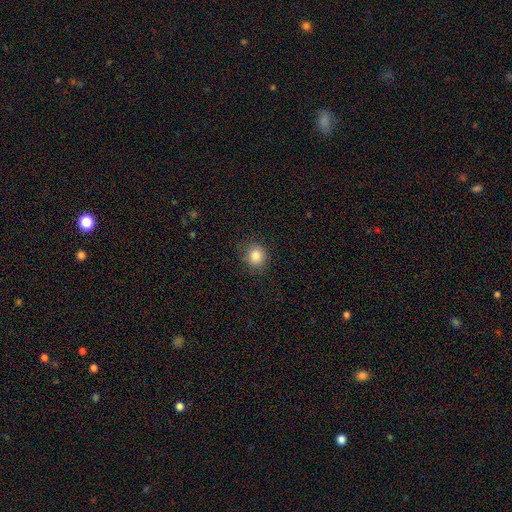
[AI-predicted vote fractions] Smooth or featured?
  - smooth: 84% *
  - star or artifact: 10%
  - featured or disk: 6%
How rounded?
  - round: 78% *
  - in between: 21%
  - cigar-shaped: 1%
Merging?
  - none: 82% *
  - minor disturbance: 13%
  - major disturbance: 4%
  - merger: 1%